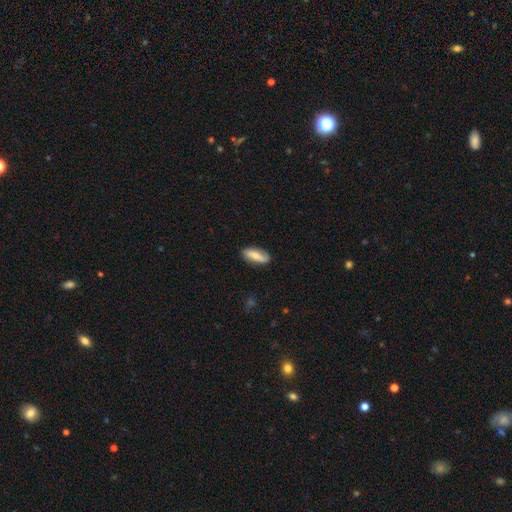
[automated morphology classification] A smooth galaxy with no disk features (61%) that is in between round and cigar-shaped (72%).

Vote fractions:
- Smooth or featured? smooth: 61% / featured or disk: 33% / star or artifact: 6%
- How rounded? in between: 72% / cigar-shaped: 25% / round: 3%
- Merging? none: 85% / minor disturbance: 12% / major disturbance: 2% / merger: 1%